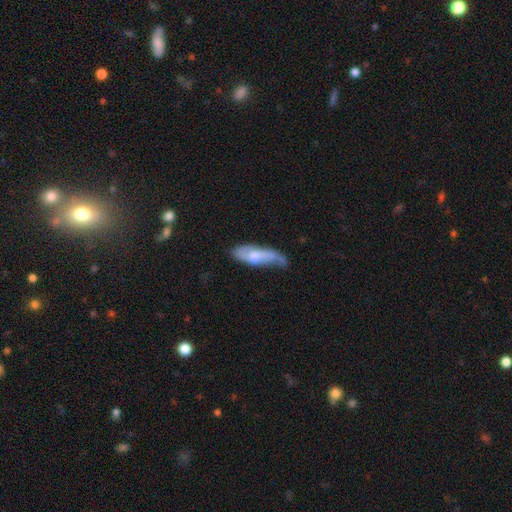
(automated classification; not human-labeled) Smooth or featured?
  - smooth: 50% *
  - featured or disk: 44%
  - star or artifact: 6%
How rounded?
  - in between: 55% *
  - cigar-shaped: 43%
  - round: 2%
Merging?
  - minor disturbance: 36% * (tied)
  - none: 36% * (tied)
  - major disturbance: 22%
  - merger: 6%